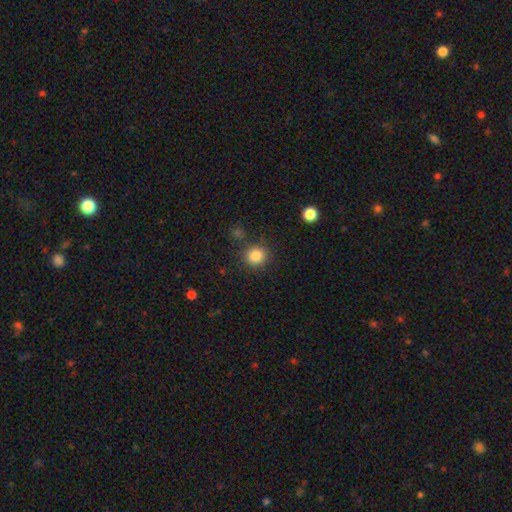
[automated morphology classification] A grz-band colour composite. It shows a smooth galaxy with no disk features (85%) that is round (89%). Merging: none (85%).